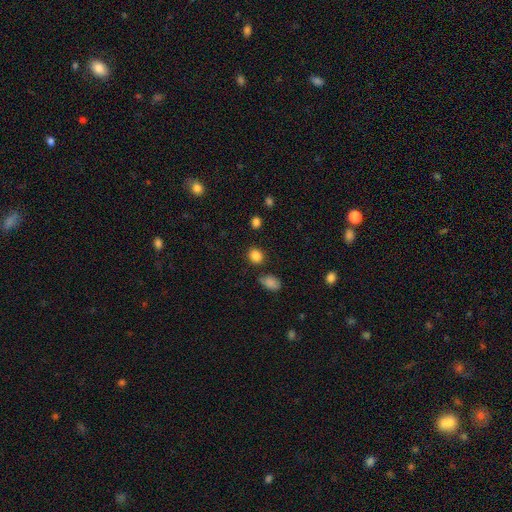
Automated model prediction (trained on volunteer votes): Overall: smooth (85%). How rounded: round (72%). Merging: none (82%).